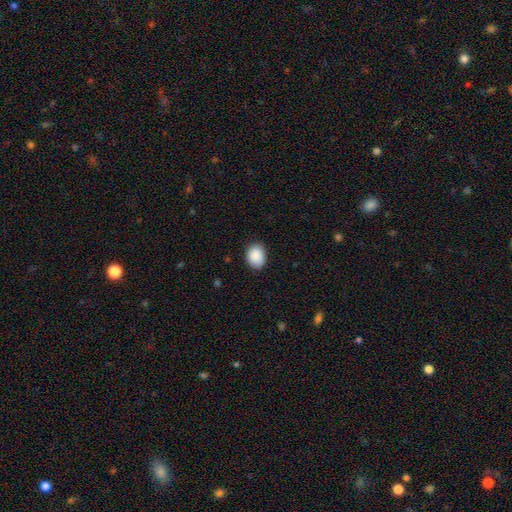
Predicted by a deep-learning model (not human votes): Q: Smooth or featured?
A: smooth (90%); runner-up: star or artifact (7%)
Q: How rounded?
A: in between (60%); runner-up: round (39%)
Q: Merging?
A: none (85%); runner-up: minor disturbance (12%)